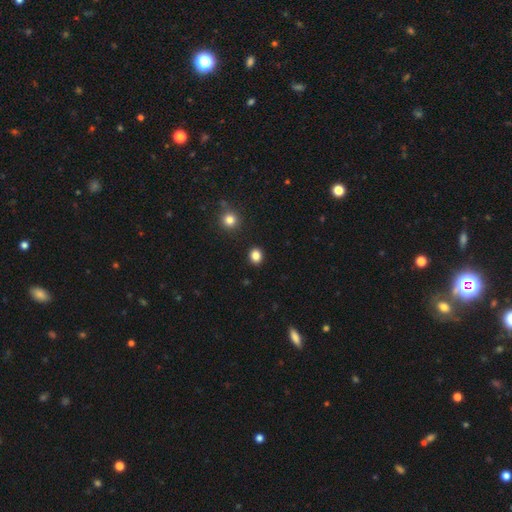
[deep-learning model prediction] smooth_or_featured: smooth (p=0.85) [alt: star or artifact p=0.12]
how_rounded: round (p=0.70) [alt: in between p=0.29]
merging: none (p=0.91) [alt: minor disturbance p=0.06]